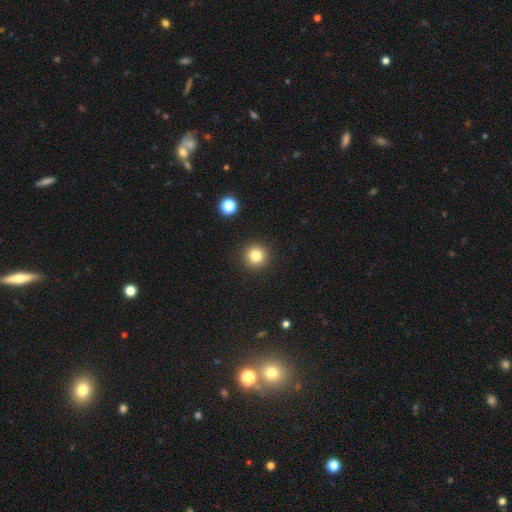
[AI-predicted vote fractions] Smooth or featured? smooth (81%)
How rounded? round (95%)
Merging? none (91%)